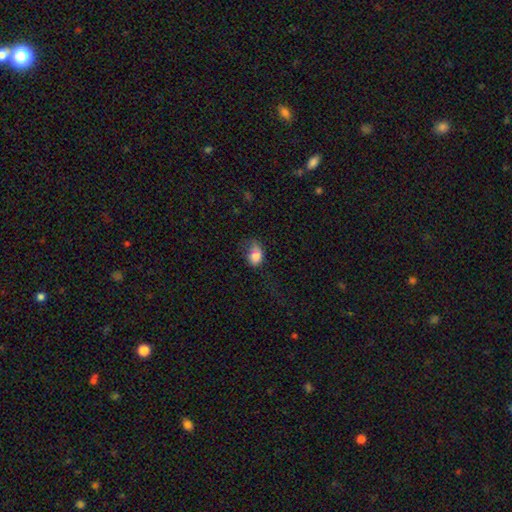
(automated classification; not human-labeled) Smooth or featured: smooth — 80% (featured or disk — 11%)
How rounded: in between — 77% (round — 22%)
Merging: minor disturbance — 36% (major disturbance — 31%)